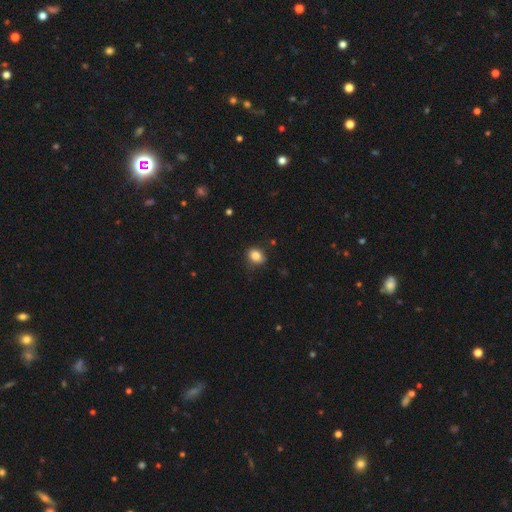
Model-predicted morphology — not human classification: A smooth galaxy with no disk features (85%) that is in between round and cigar-shaped (56%). Merging: none (81%).